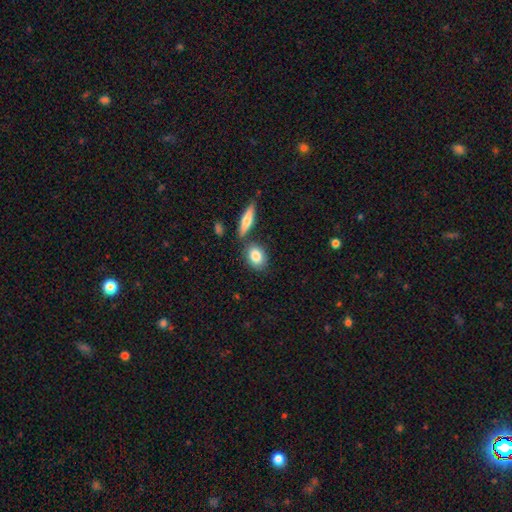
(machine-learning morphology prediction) smooth-or-featured: smooth: 82% | featured or disk: 11% | star or artifact: 7%
  how-rounded: in between: 71% | round: 25% | cigar-shaped: 4%
  merging: none: 70% | merger: 14% | minor disturbance: 12% | major disturbance: 3%